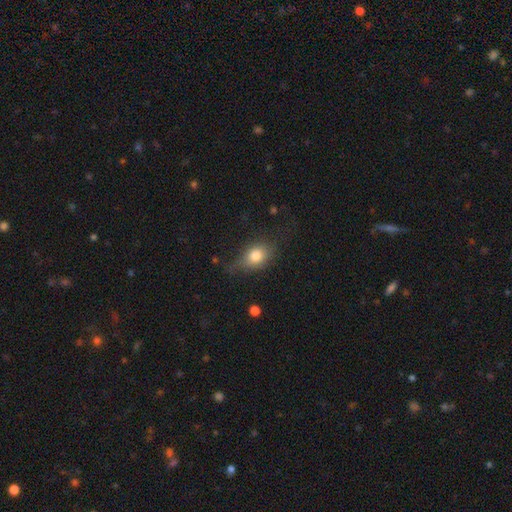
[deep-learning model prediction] A smooth galaxy with no disk features (76%) that is in between round and cigar-shaped (64%).

Vote fractions:
- Smooth or featured? smooth: 76% / featured or disk: 14% / star or artifact: 10%
- How rounded? in between: 64% / round: 32% / cigar-shaped: 3%
- Merging? none: 53% / minor disturbance: 31% / major disturbance: 14% / merger: 2%